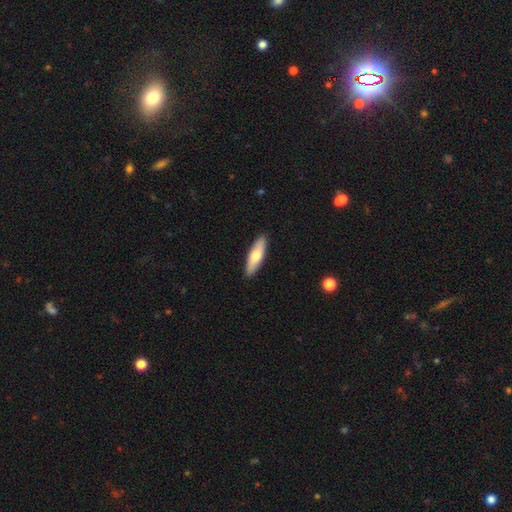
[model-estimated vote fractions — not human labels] Smooth or featured? smooth (63%)
How rounded? cigar-shaped (58%)
Merging? none (91%)